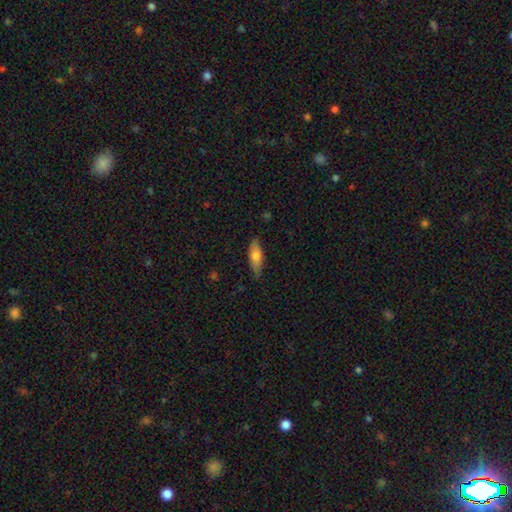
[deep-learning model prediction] smooth 73%, featured or disk 21%, star or artifact 6%. Down the decision tree: how rounded — in between (65%); merging — none (77%).